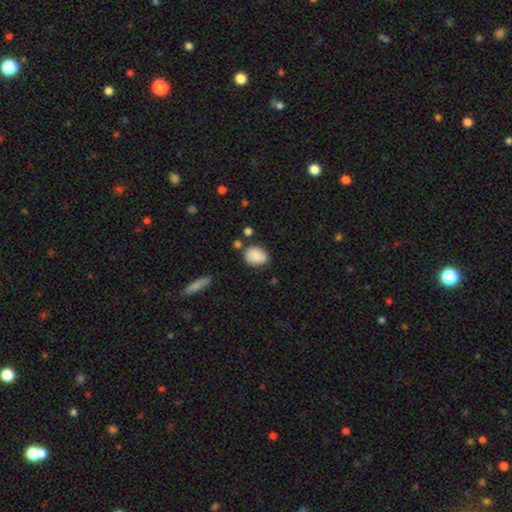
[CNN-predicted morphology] Q: Smooth or featured?
A: smooth (85%); runner-up: featured or disk (8%)
Q: How rounded?
A: in between (57%); runner-up: round (42%)
Q: Merging?
A: none (70%); runner-up: minor disturbance (19%)